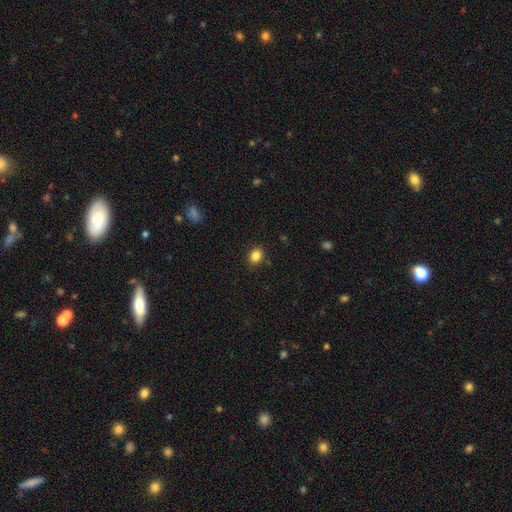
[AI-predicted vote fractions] Smooth or featured? Predicted: smooth (p=0.85). How rounded? Predicted: round (p=0.52). Merging? Predicted: none (p=0.88).